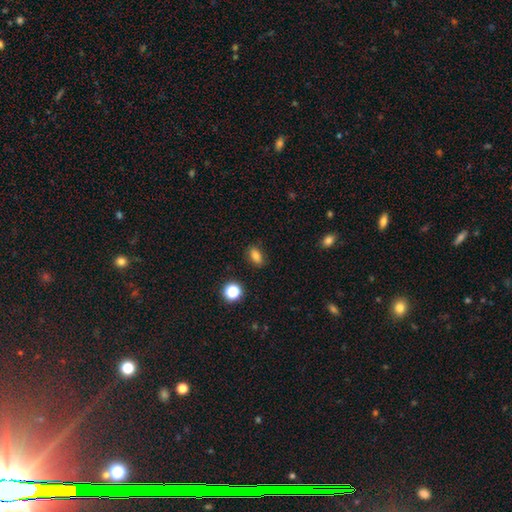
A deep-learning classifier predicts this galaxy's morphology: Smooth or featured? Predicted: smooth (p=0.81). How rounded? Predicted: in between (p=0.81). Merging? Predicted: none (p=0.84).